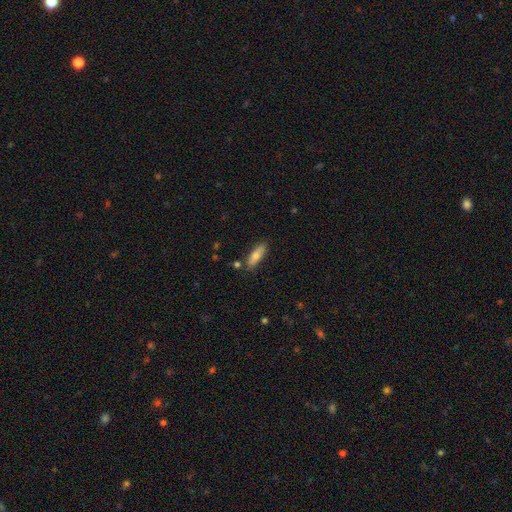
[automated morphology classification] smooth-or-featured: smooth: 68% | featured or disk: 25% | star or artifact: 7%
  how-rounded: cigar-shaped: 53% | in between: 45% | round: 2%
  merging: none: 82% | minor disturbance: 12% | merger: 4% | major disturbance: 2%